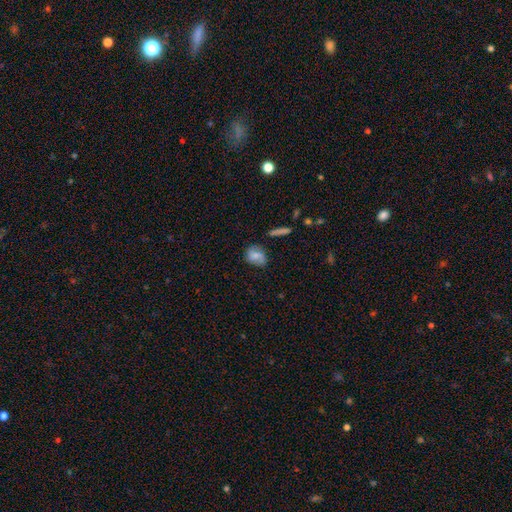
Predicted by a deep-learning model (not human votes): A smooth galaxy with no disk features (66%) that is in between round and cigar-shaped (49%). Merging: none (64%).